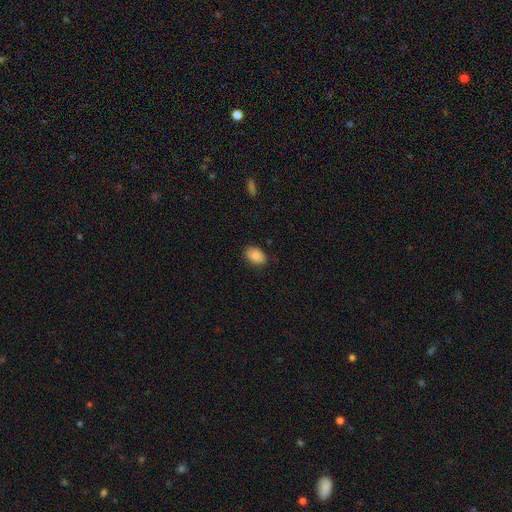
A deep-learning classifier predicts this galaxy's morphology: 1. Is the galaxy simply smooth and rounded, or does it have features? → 88% smooth, 7% star or artifact, 5% featured or disk.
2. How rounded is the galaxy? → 82% in between, 17% round, 1% cigar-shaped.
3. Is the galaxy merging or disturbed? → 82% none, 14% minor disturbance, 3% major disturbance, 1% merger.